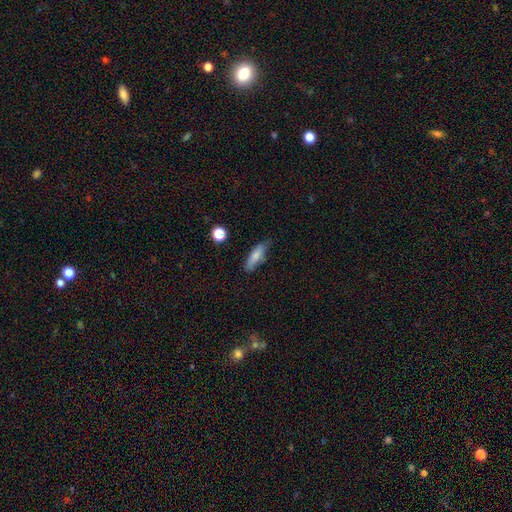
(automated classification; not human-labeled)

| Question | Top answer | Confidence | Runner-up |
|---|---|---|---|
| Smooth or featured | smooth | 77% | featured or disk (15%) |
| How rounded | cigar-shaped | 57% | in between (40%) |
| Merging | none | 67% | minor disturbance (25%) |